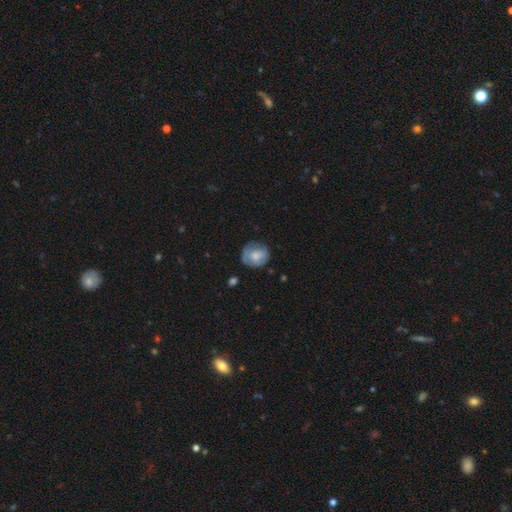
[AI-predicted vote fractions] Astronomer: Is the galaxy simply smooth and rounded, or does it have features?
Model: smooth — 61%.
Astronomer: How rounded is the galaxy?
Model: round — 82%.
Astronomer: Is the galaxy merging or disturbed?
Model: none — 66%.